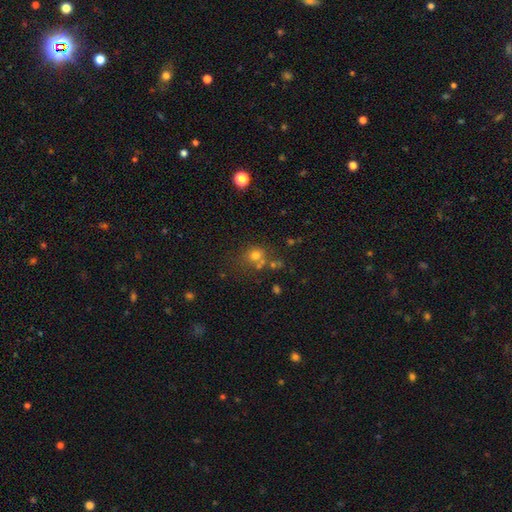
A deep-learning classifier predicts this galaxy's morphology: Smooth or featured? Predicted: smooth (p=0.68). How rounded? Predicted: round (p=0.78). Merging? Predicted: none (p=0.56).